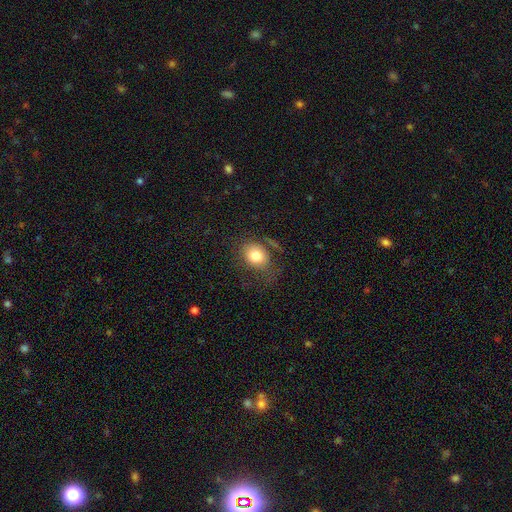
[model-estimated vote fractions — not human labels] smooth-or-featured: smooth: 78% | featured or disk: 12% | star or artifact: 10%
  how-rounded: round: 55% | in between: 44% | cigar-shaped: 1%
  merging: none: 60% | minor disturbance: 21% | major disturbance: 16% | merger: 3%